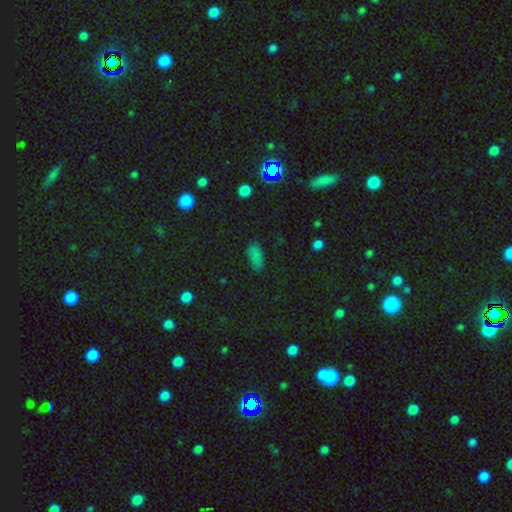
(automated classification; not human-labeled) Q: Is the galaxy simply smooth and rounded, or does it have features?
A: smooth — 72%.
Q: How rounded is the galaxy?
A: in between — 88%.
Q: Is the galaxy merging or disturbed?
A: none — 72%.